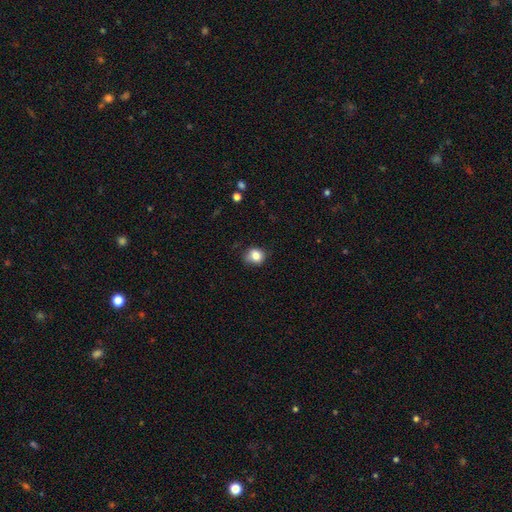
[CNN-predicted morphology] This is clearly a smooth galaxy (81%). How rounded: likely round (64%). Merging: likely none (69%).